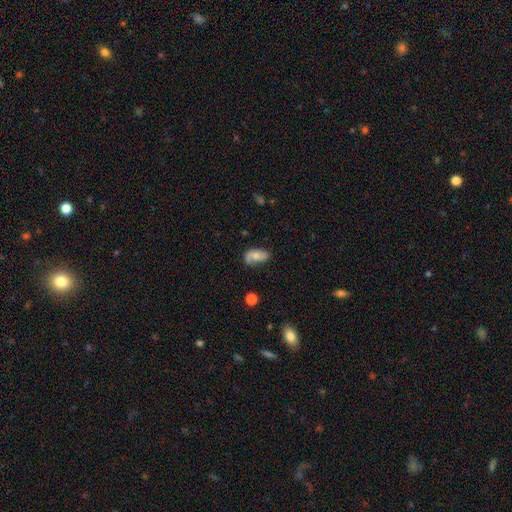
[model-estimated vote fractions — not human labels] A smooth galaxy with no disk features (47%). Merging: none (54%).